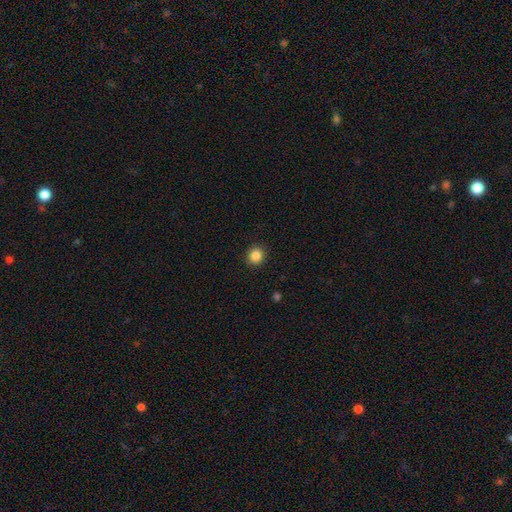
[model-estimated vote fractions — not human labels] Smooth or featured? Predicted: smooth (p=0.86). How rounded? Predicted: round (p=0.87). Merging? Predicted: none (p=0.91).